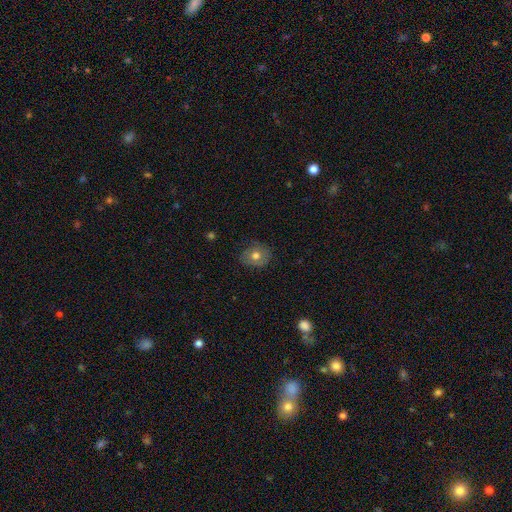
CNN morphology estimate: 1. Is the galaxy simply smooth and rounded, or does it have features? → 69% smooth, 21% featured or disk, 10% star or artifact.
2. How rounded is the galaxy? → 68% round, 31% in between, 1% cigar-shaped.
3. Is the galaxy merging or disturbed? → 77% none, 18% minor disturbance, 4% major disturbance, 1% merger.